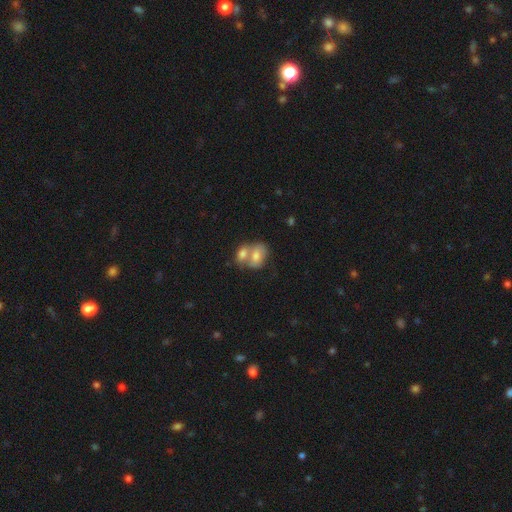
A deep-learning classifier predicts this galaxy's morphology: Smooth or featured? Predicted: smooth (p=0.69). How rounded? Predicted: in between (p=0.74). Merging? Predicted: merger (p=0.69).